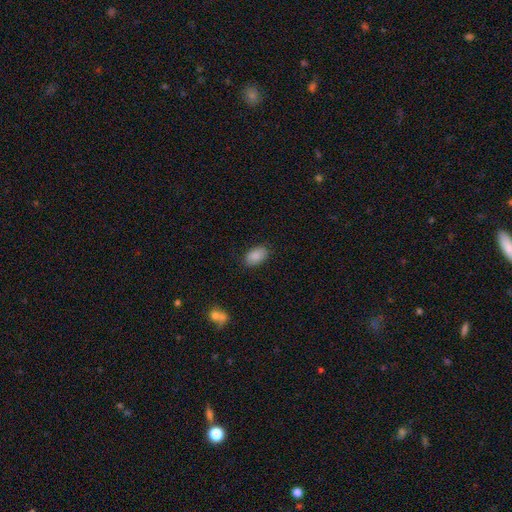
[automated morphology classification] smooth 88%, star or artifact 7%, featured or disk 4%. Down the decision tree: how rounded — in between (92%); merging — none (86%).